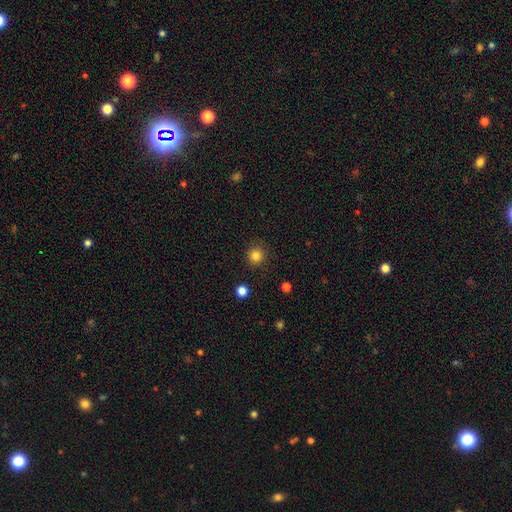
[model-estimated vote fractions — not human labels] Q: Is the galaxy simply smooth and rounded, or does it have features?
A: smooth — 82%.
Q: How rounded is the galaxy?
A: round — 94%.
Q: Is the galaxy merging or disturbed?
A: none — 90%.